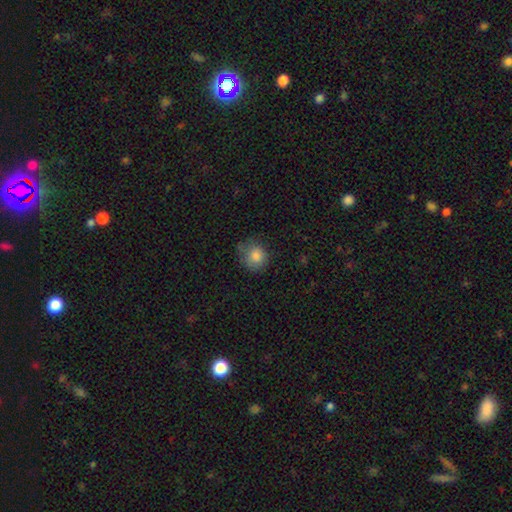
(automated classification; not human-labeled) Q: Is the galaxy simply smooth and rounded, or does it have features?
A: smooth — 83%.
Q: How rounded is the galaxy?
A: round — 82%.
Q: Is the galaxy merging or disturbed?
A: none — 64%.